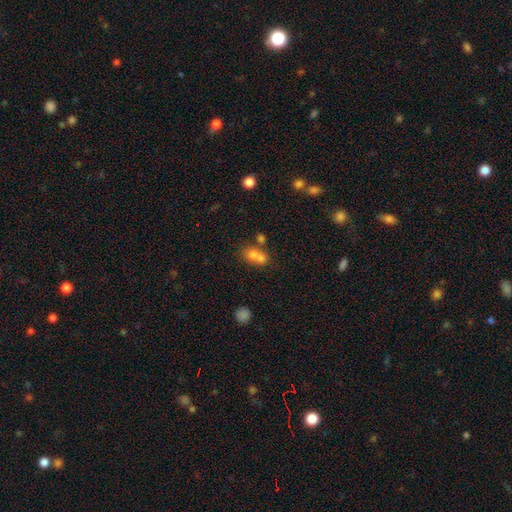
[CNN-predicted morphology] smooth-or-featured: smooth: 70% | featured or disk: 17% | star or artifact: 13%
  how-rounded: in between: 58% | round: 39% | cigar-shaped: 3%
  merging: merger: 61% | none: 27% | minor disturbance: 8% | major disturbance: 5%